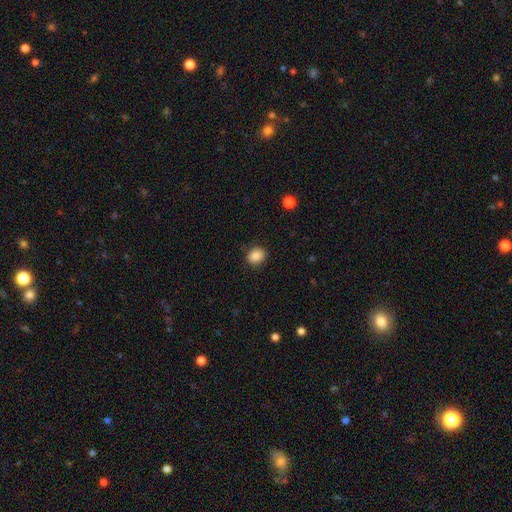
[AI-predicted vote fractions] Smooth or featured?
  - smooth: 85% *
  - star or artifact: 9%
  - featured or disk: 6%
How rounded?
  - round: 64% *
  - in between: 35%
  - cigar-shaped: 1%
Merging?
  - none: 86% *
  - minor disturbance: 10%
  - major disturbance: 3%
  - merger: 1%